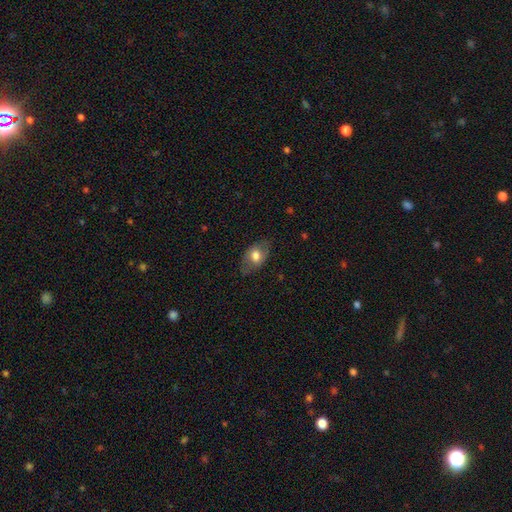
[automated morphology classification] The model was most divided on "smooth or featured": smooth: 67%, featured or disk: 27%, star or artifact: 7%. More confident: how rounded — in between (88%); merging — none (76%).